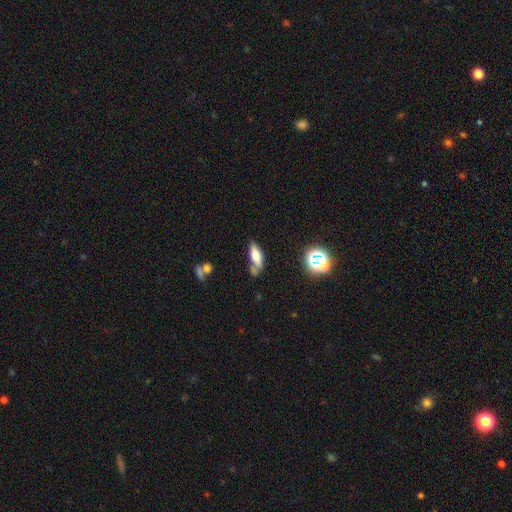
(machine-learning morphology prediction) Smooth or featured? Predicted: smooth (p=0.67). How rounded? Predicted: in between (p=0.61). Merging? Predicted: none (p=0.54).